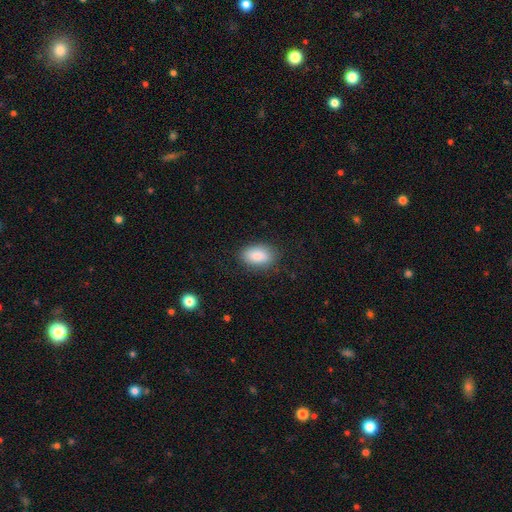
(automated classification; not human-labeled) This is clearly a smooth galaxy (87%). How rounded: clearly in between (91%). Merging: clearly none (83%).